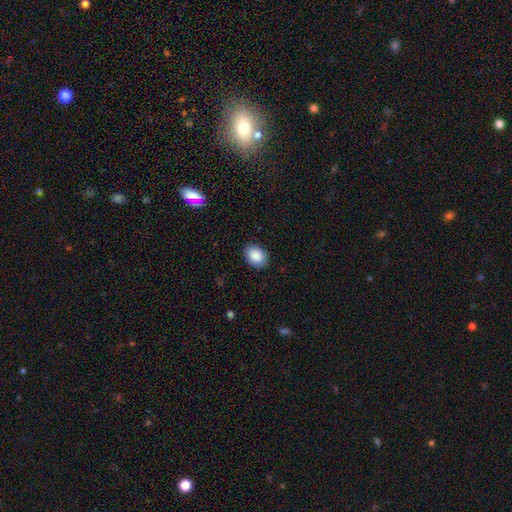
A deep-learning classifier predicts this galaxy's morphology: smooth-or-featured: smooth: 89% | star or artifact: 7% | featured or disk: 4%
  how-rounded: in between: 71% | round: 28% | cigar-shaped: 1%
  merging: none: 88% | minor disturbance: 9% | major disturbance: 2% | merger: 1%